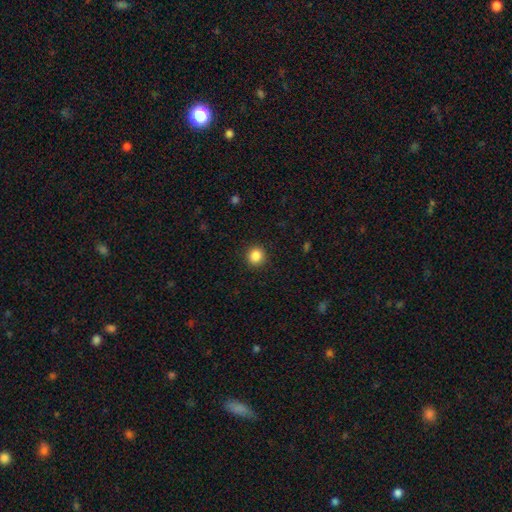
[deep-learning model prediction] The model was most divided on "smooth or featured": smooth: 86%, star or artifact: 10%, featured or disk: 4%. More confident: how rounded — round (92%); merging — none (91%).